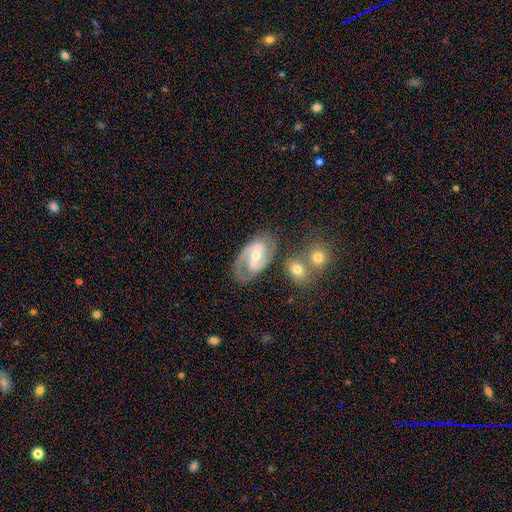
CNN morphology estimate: This is clearly a featured or disk galaxy (86%). It is clearly not viewed edge-on (96%). Bar: possibly weak (46%). Spiral arm pattern: clearly yes (95%). Spiral arm count: clearly 2 (83%). Spiral winding: possibly medium (52%). Central bulge: possibly moderate (52%). Merging: likely none (69%).